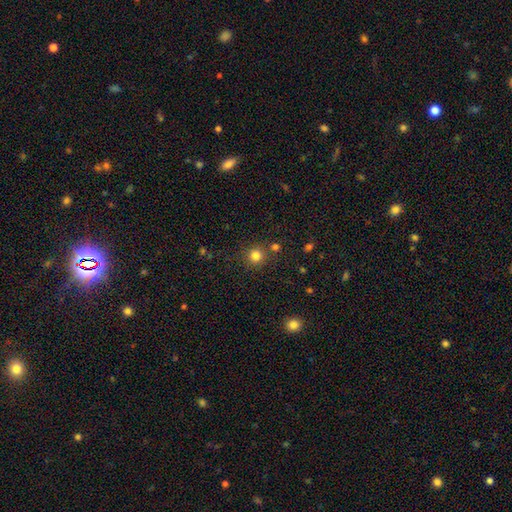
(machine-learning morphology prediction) The model was most divided on "smooth or featured": smooth: 81%, star or artifact: 14%, featured or disk: 5%. More confident: how rounded — round (93%); merging — none (80%).